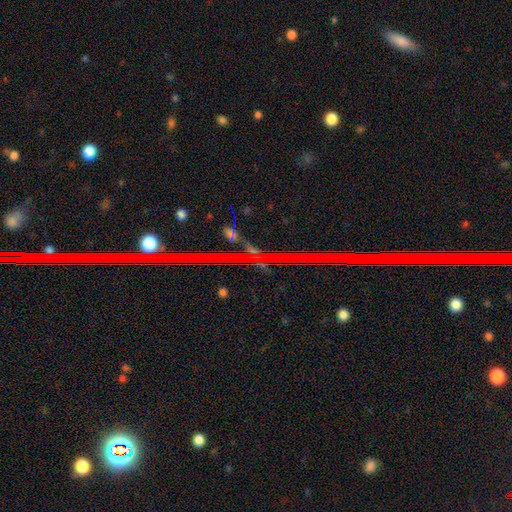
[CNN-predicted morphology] This is likely a star or artifact rather than a galaxy (72%).